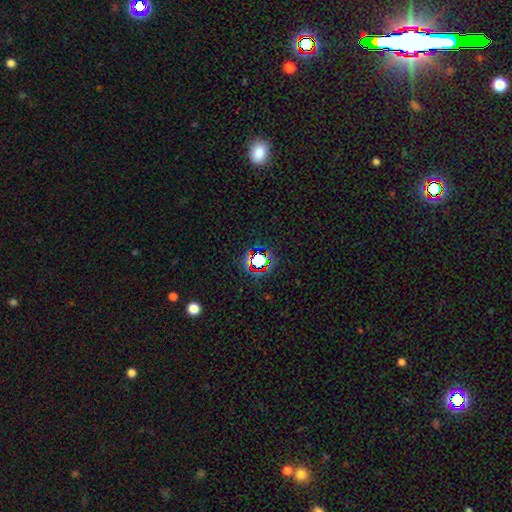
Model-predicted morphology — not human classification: Smooth or featured?
  - star or artifact: 70% *
  - smooth: 19%
  - featured or disk: 10%